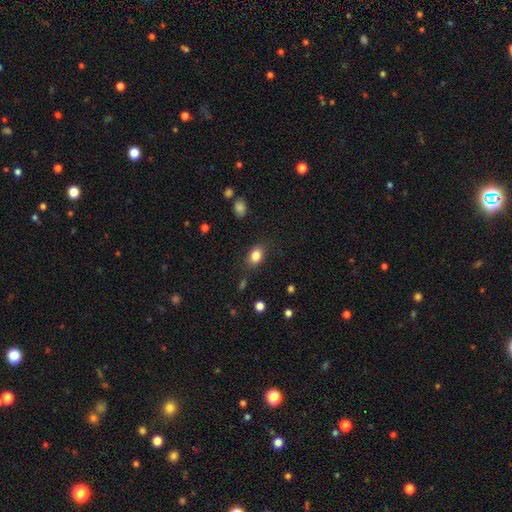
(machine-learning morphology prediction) Q: Smooth or featured?
A: smooth (84%); runner-up: star or artifact (9%)
Q: How rounded?
A: in between (75%); runner-up: round (24%)
Q: Merging?
A: none (80%); runner-up: minor disturbance (14%)